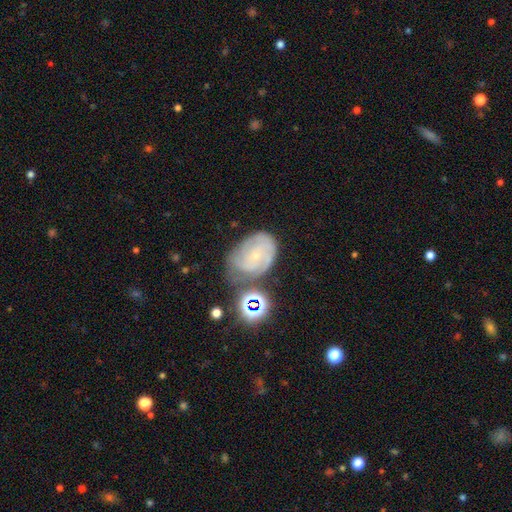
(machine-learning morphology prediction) Smooth or featured: featured or disk — 66% (smooth — 22%)
Edge-on disk: no — 96% (yes — 4%)
Bar: no — 69% (weak — 25%)
Spiral arms: yes — 85% (no — 15%)
Spiral winding: tight — 62% (medium — 29%)
Spiral arm count: can't tell — 45% (2 — 27%)
Bulge size: small — 78% (moderate — 17%)
Merging: none — 50% (minor disturbance — 27%)